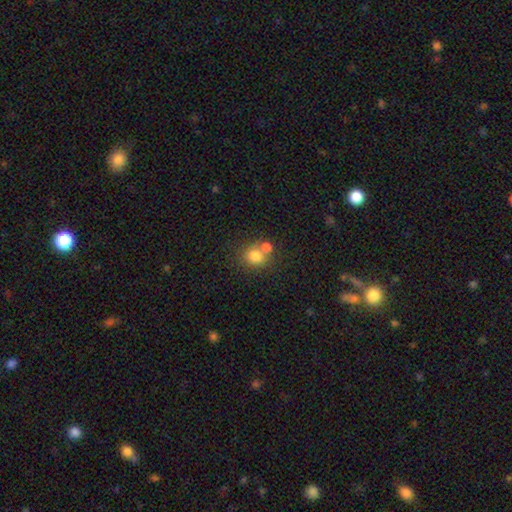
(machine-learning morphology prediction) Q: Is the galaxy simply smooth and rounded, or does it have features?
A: smooth — 79%.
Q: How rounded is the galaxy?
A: round — 76%.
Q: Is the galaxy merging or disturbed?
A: none — 49%.